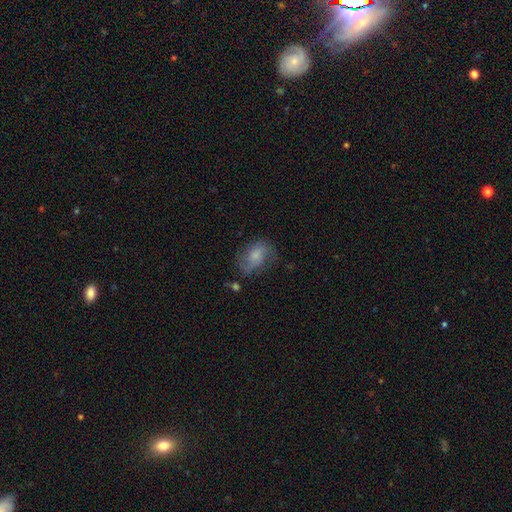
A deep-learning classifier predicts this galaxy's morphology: This is possibly a smooth galaxy (51%). How rounded: likely in between (79%). Merging: possibly none (55%).